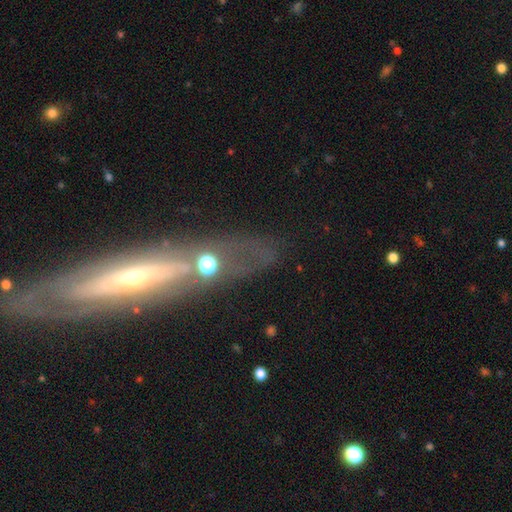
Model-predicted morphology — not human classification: Smooth or featured? Predicted: featured or disk (p=0.64). Edge-on disk? Predicted: yes (p=0.54). Merging? Predicted: none (p=0.66).